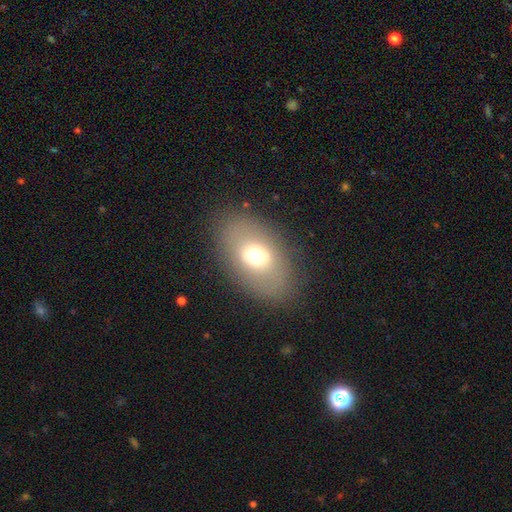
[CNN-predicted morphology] Smooth or featured? smooth (64%)
How rounded? in between (80%)
Merging? none (82%)